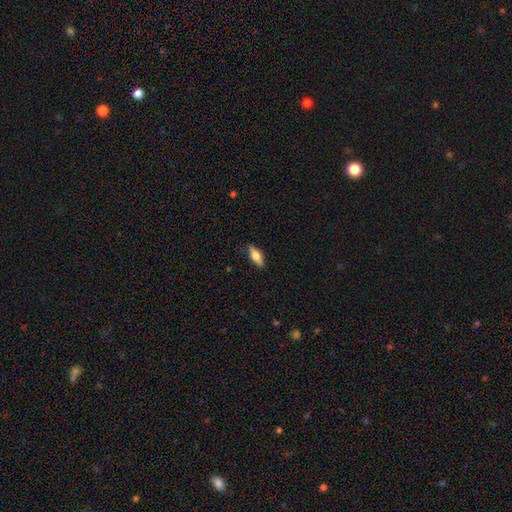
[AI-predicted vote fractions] Smooth or featured?
  - smooth: 72% *
  - featured or disk: 22%
  - star or artifact: 6%
How rounded?
  - in between: 77% *
  - cigar-shaped: 20%
  - round: 3%
Merging?
  - none: 85% *
  - minor disturbance: 12%
  - major disturbance: 2%
  - merger: 1%